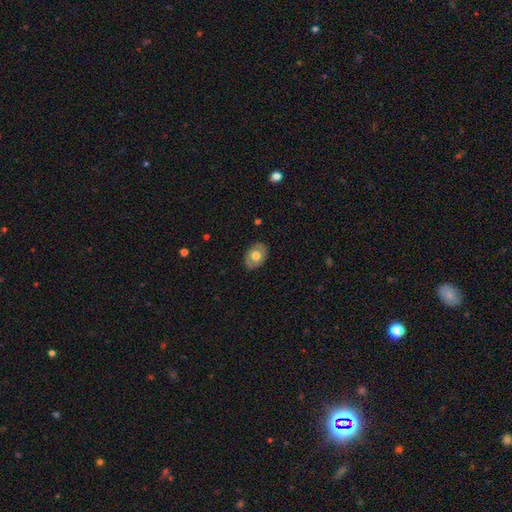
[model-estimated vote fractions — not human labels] smooth 65%, featured or disk 28%, star or artifact 7%. Down the decision tree: how rounded — in between (76%); merging — none (83%).